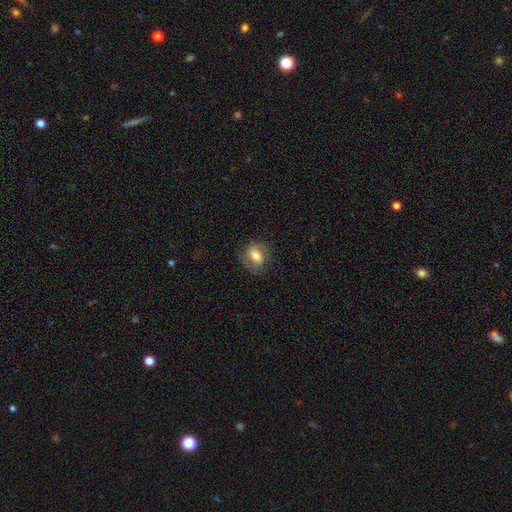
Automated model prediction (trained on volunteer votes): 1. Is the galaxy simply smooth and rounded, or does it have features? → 47% smooth, 44% featured or disk, 8% star or artifact.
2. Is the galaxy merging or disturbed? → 73% none, 17% minor disturbance, 9% major disturbance, 1% merger.